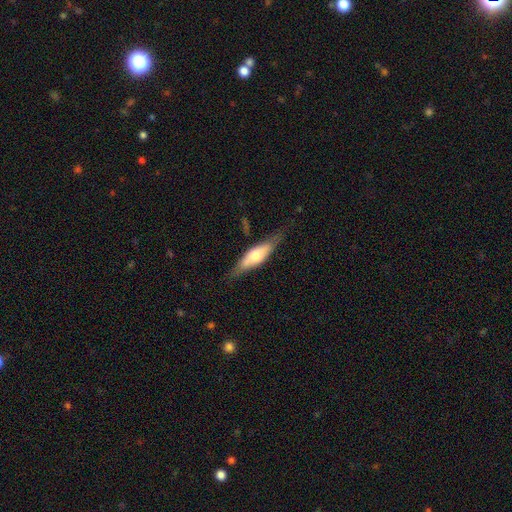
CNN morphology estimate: This appears to be a smooth galaxy with no disk features (50%). Merging: none (71%).